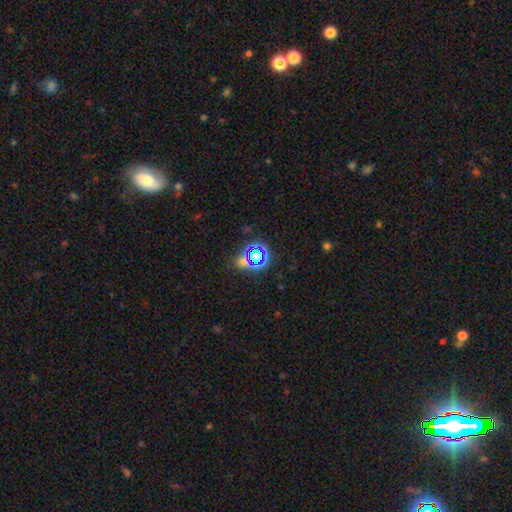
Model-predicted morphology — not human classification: Q: Smooth or featured?
A: star or artifact (61%); runner-up: smooth (28%)